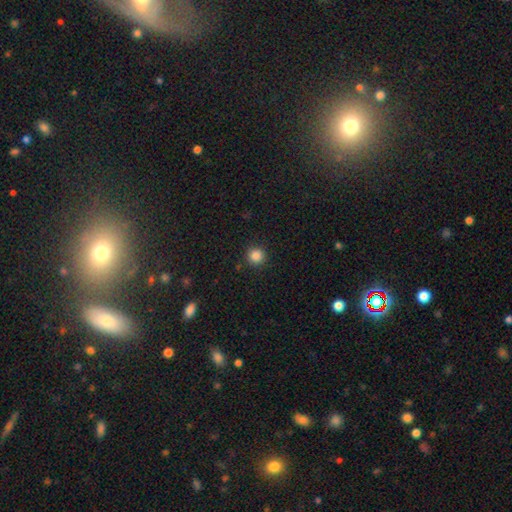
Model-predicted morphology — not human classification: This is clearly a smooth galaxy (85%). How rounded: clearly round (95%). Merging: clearly none (91%).